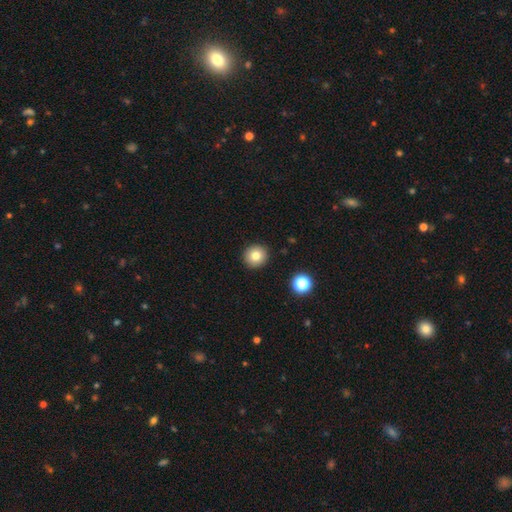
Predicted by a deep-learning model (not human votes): smooth-or-featured: smooth: 80% | star or artifact: 11% | featured or disk: 9%
  how-rounded: round: 93% | in between: 6% | cigar-shaped: 1%
  merging: none: 92% | minor disturbance: 5% | major disturbance: 2% | merger: 1%